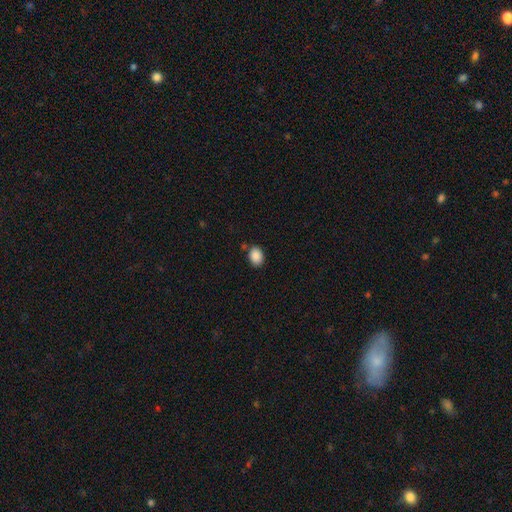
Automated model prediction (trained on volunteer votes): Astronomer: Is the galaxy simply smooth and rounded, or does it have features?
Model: smooth — 89%.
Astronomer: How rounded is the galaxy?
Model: in between — 68%.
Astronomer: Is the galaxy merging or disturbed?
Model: none — 82%.